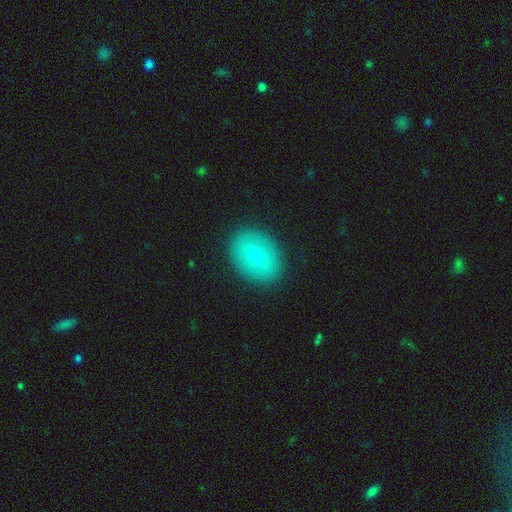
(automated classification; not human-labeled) Smooth or featured: smooth — 64% (featured or disk — 26%)
How rounded: in between — 58% (round — 41%)
Merging: none — 88% (minor disturbance — 8%)